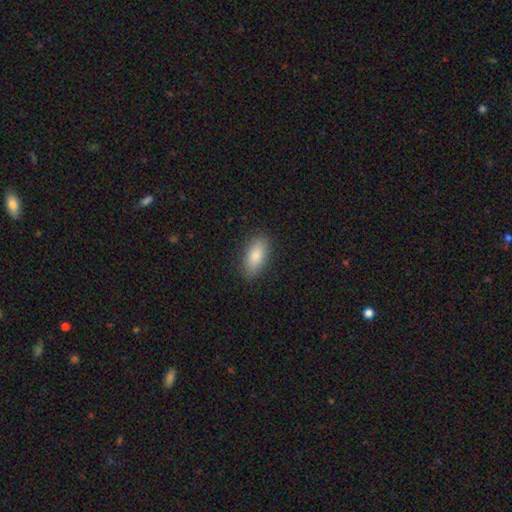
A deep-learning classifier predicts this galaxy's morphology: smooth-or-featured: smooth: 86% | featured or disk: 8% | star or artifact: 6%
  how-rounded: in between: 90% | cigar-shaped: 7% | round: 3%
  merging: none: 87% | minor disturbance: 10% | major disturbance: 2% | merger: 1%